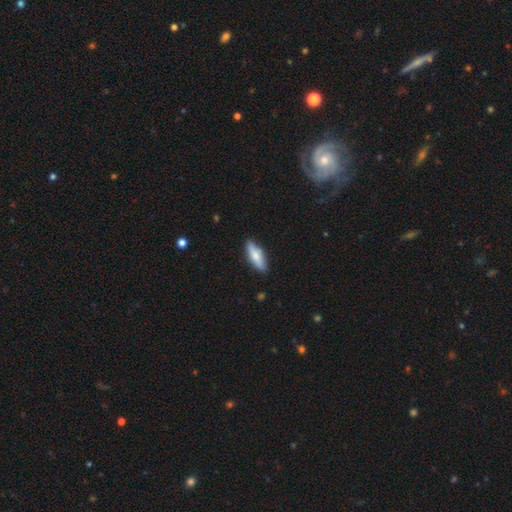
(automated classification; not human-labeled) Smooth or featured? smooth (68%)
How rounded? in between (49%, tied with cigar-shaped)
Merging? none (85%)